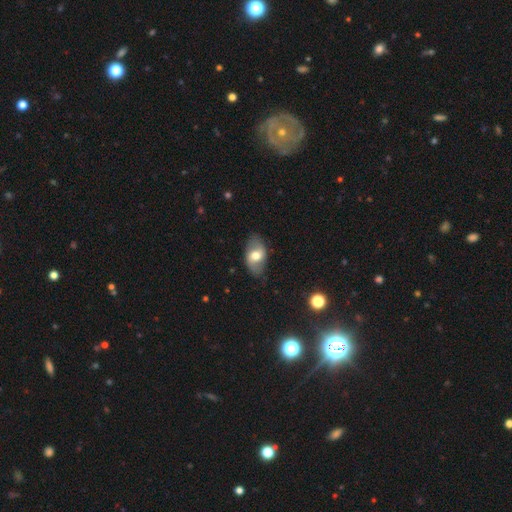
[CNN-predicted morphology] Q: Smooth or featured?
A: smooth (54%); runner-up: featured or disk (39%)
Q: How rounded?
A: in between (90%); runner-up: round (8%)
Q: Merging?
A: none (78%); runner-up: minor disturbance (17%)